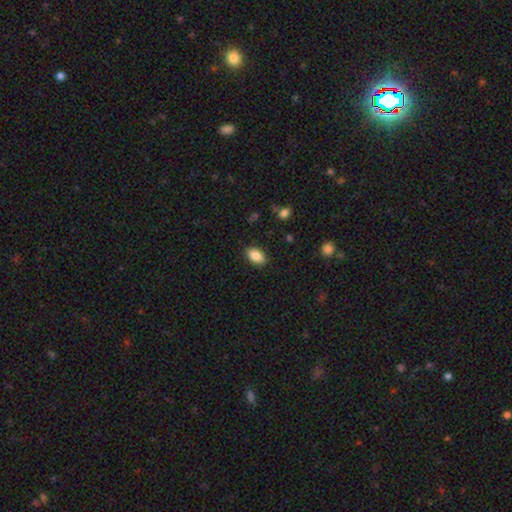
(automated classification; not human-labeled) Overall: smooth (87%). How rounded: in between (92%). Merging: none (88%).